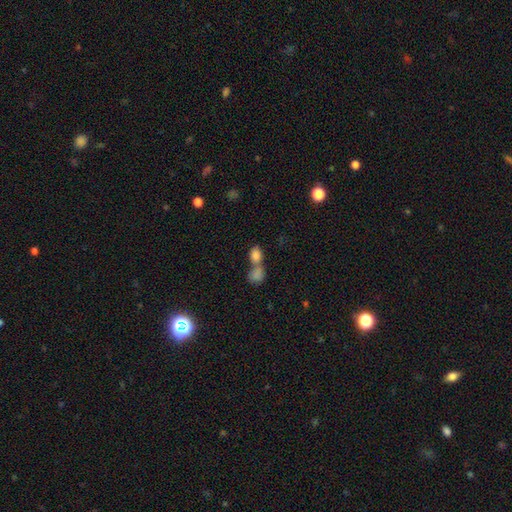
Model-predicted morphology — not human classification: A smooth galaxy with no disk features (83%) that is in between round and cigar-shaped (71%).

Vote fractions:
- Smooth or featured? smooth: 83% / star or artifact: 9% / featured or disk: 7%
- How rounded? in between: 71% / round: 26% / cigar-shaped: 2%
- Merging? merger: 60% / none: 30% / minor disturbance: 7% / major disturbance: 4%